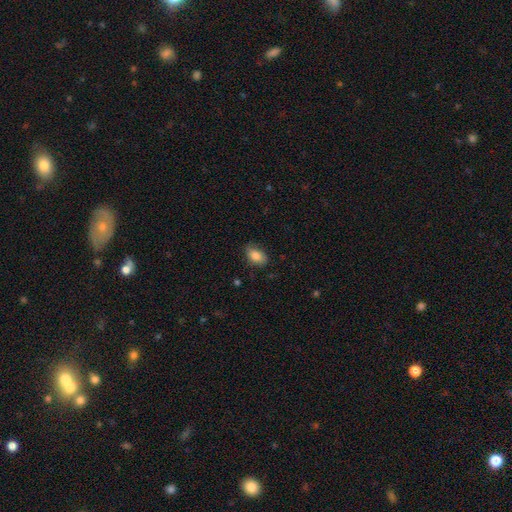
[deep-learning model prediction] Smooth or featured: smooth — 85% (star or artifact — 7%)
How rounded: in between — 89% (round — 9%)
Merging: none — 80% (minor disturbance — 15%)